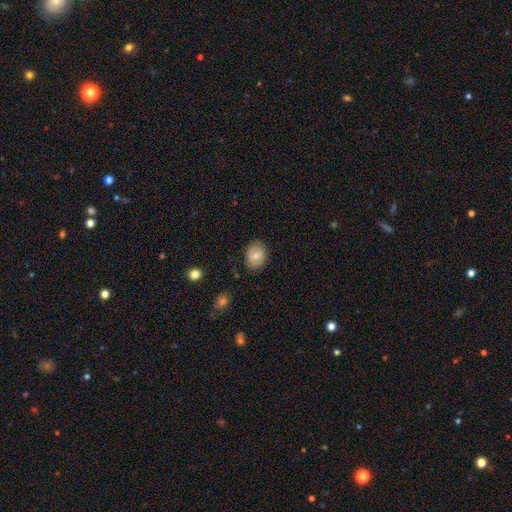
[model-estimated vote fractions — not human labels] smooth_or_featured: smooth (p=0.76) [alt: featured or disk p=0.16]
how_rounded: in between (p=0.51) [alt: round p=0.48]
merging: none (p=0.81) [alt: minor disturbance p=0.14]